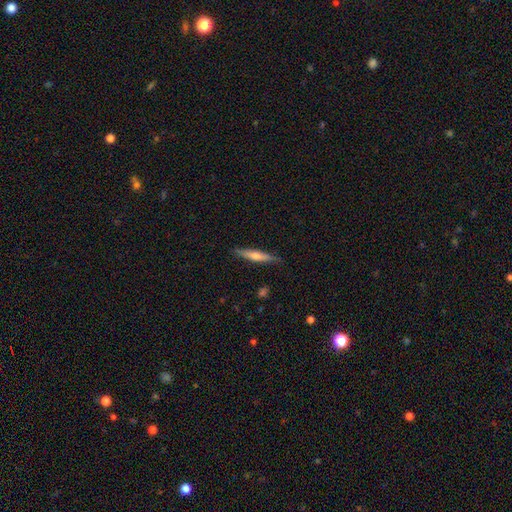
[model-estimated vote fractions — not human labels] Q: Smooth or featured?
A: smooth (50%); runner-up: featured or disk (44%)
Q: How rounded?
A: cigar-shaped (90%); runner-up: in between (8%)
Q: Merging?
A: none (87%); runner-up: minor disturbance (10%)